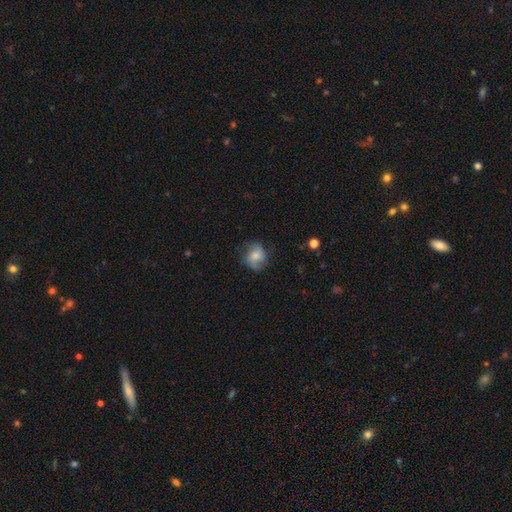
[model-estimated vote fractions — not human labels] Overall: smooth (52%; featured or disk 39%). How rounded: round (68%; in between 31%). Merging: none (69%).